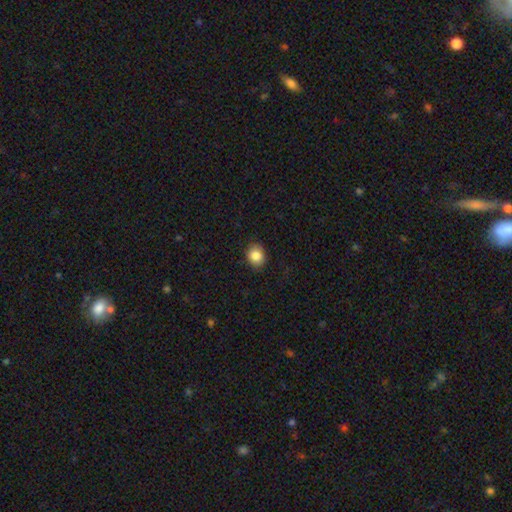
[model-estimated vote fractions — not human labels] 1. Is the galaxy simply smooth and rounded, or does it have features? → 86% smooth, 9% star or artifact, 5% featured or disk.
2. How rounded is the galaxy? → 60% round, 39% in between, 1% cigar-shaped.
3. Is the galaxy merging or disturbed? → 88% none, 9% minor disturbance, 2% major disturbance, 1% merger.